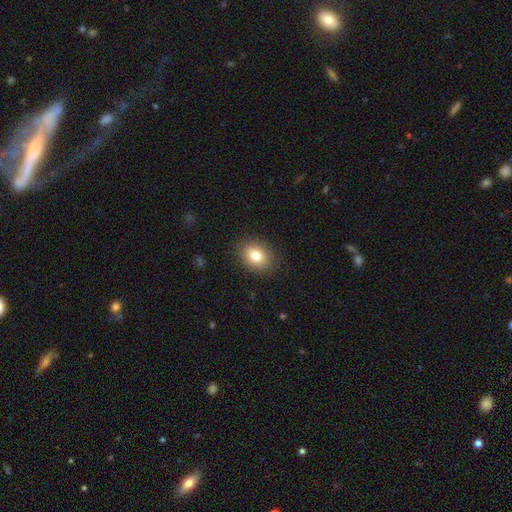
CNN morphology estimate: This is clearly a smooth galaxy (82%). How rounded: likely in between (62%). Merging: clearly none (88%).